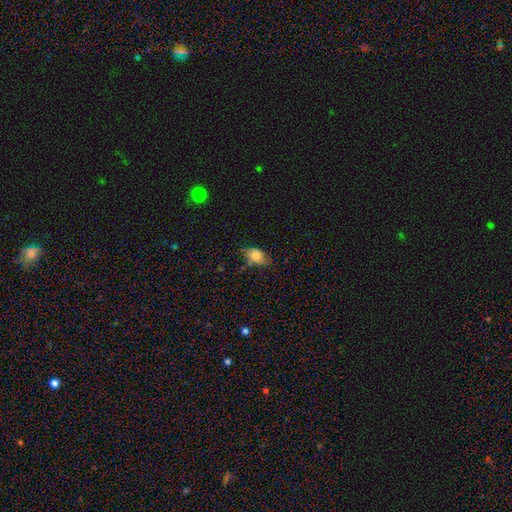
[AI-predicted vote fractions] This appears to be a smooth galaxy with no disk features (78%) that is in between round and cigar-shaped (80%). Merging: none (64%).